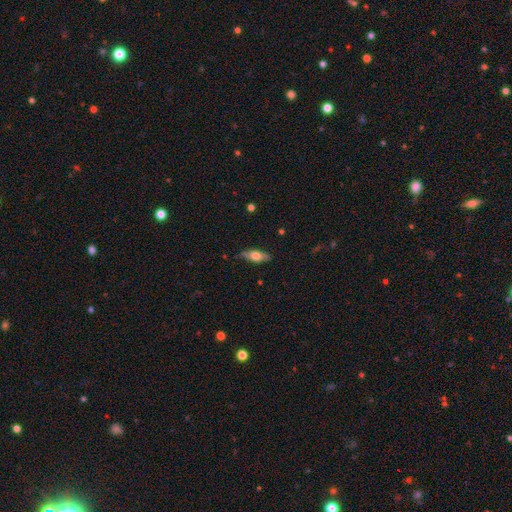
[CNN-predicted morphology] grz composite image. It shows a smooth galaxy with no disk features (59%) that is in between round and cigar-shaped (69%). Merging: none (81%).